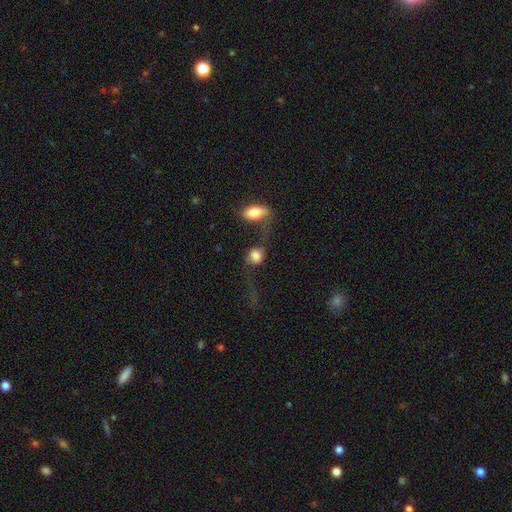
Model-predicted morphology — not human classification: Smooth or featured?
  - smooth: 73% *
  - featured or disk: 17%
  - star or artifact: 11%
How rounded?
  - round: 56% *
  - in between: 41%
  - cigar-shaped: 3%
Merging?
  - none: 32% *
  - merger: 30%
  - major disturbance: 23%
  - minor disturbance: 15%